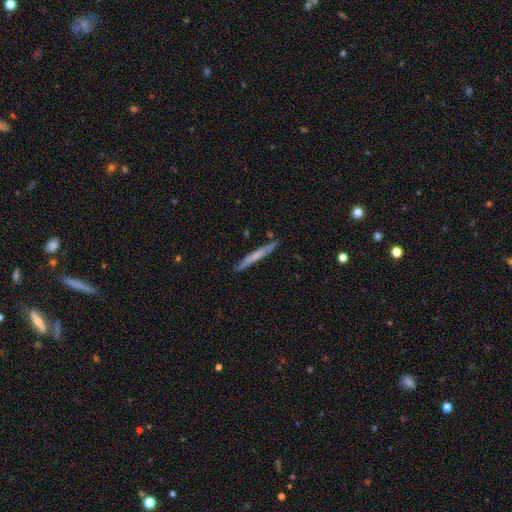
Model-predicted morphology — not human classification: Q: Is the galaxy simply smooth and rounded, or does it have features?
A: smooth — 51%.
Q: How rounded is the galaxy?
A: cigar-shaped — 96%.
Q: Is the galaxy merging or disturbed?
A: none — 88%.